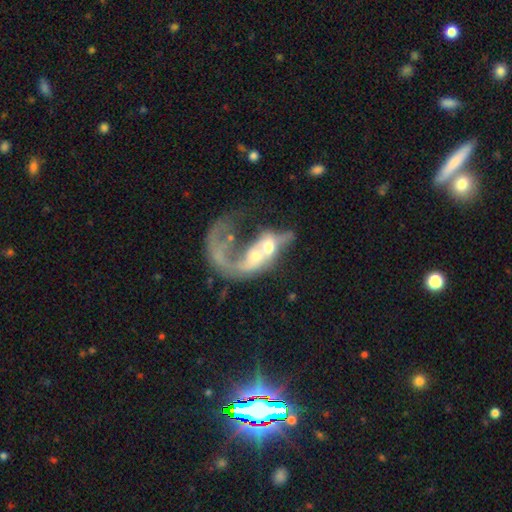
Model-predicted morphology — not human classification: smooth-or-featured: featured or disk: 66% | smooth: 25% | star or artifact: 9%
  disk-edge-on: no: 94% | yes: 6%
    bar: no: 72% | weak: 21% | strong: 7%
    has-spiral-arms: yes: 52% | no: 48%
    bulge-size: moderate: 52% | small: 28% | large: 11% | none: 7% | dominant: 3%
  merging: merger: 64% | major disturbance: 24% | none: 8% | minor disturbance: 4%